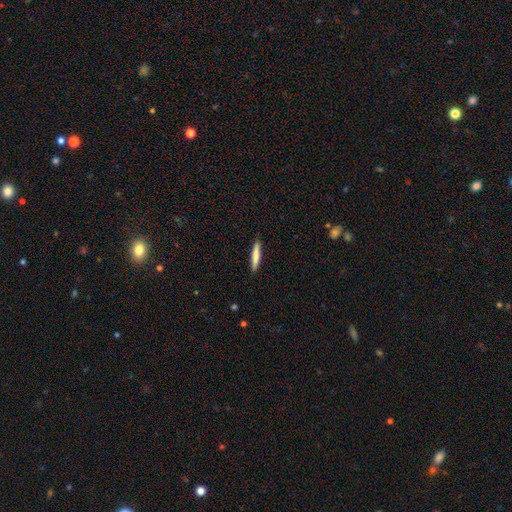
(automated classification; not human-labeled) A smooth galaxy with no disk features (80%) that is cigar-shaped (93%). Merging: none (90%).